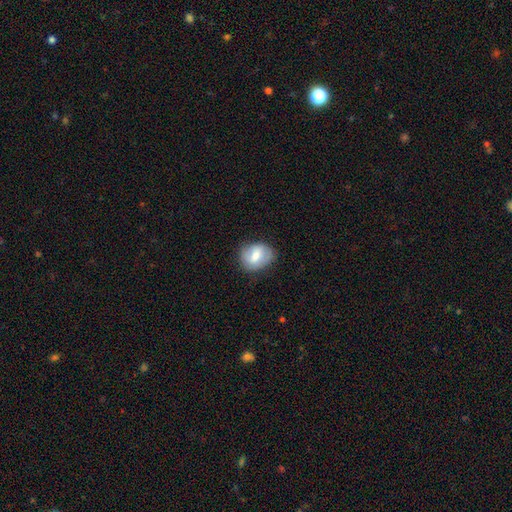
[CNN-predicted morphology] Smooth or featured: smooth — 65% (featured or disk — 28%)
How rounded: in between — 53% (round — 46%)
Merging: none — 73% (minor disturbance — 20%)